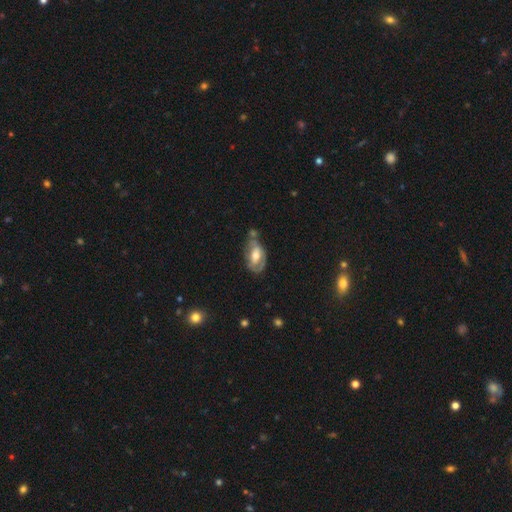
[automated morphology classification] featured or disk 58%, smooth 36%, star or artifact 6%. Down the decision tree: edge-on disk — no (91%); bar — no (47%); spiral arms — yes (58%); bulge size — moderate (69%); merging — none (40%).